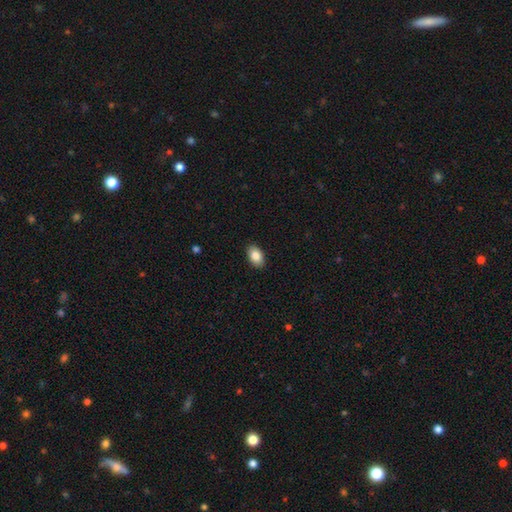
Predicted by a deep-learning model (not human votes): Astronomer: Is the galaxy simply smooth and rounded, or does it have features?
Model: smooth — 87%.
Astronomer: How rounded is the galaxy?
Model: in between — 92%.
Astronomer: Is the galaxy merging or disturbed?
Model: none — 89%.